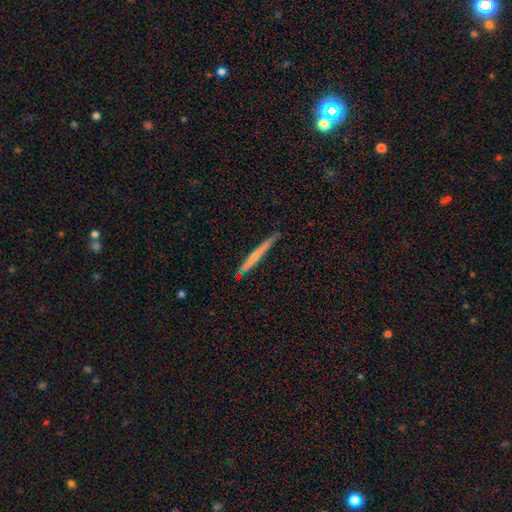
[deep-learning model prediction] featured or disk 52%, smooth 42%, star or artifact 6%. Down the decision tree: edge-on disk — yes (96%); edge-on bulge — none (59%); merging — none (80%).